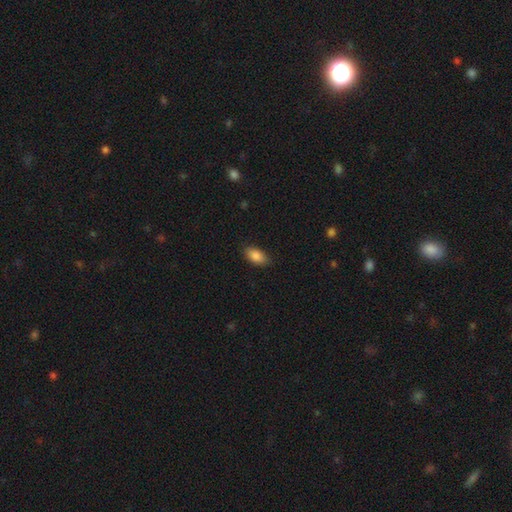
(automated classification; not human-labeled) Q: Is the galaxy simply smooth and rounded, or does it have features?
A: smooth — 87%.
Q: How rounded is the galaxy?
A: in between — 92%.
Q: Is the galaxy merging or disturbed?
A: none — 85%.